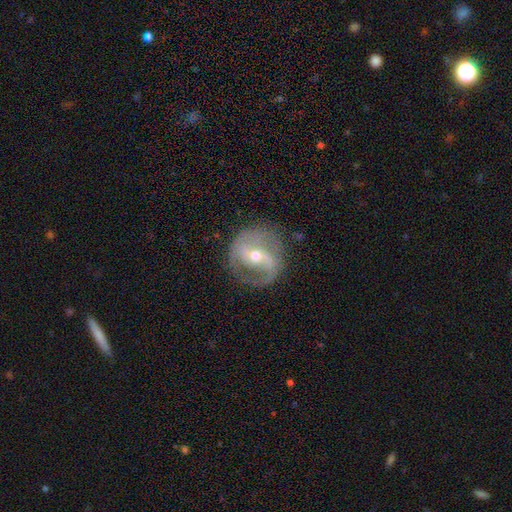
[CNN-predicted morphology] Smooth or featured?
  - featured or disk: 83% *
  - smooth: 11%
  - star or artifact: 6%
Edge-on disk?
  - no: 97% *
  - yes: 3%
Bar?
  - weak: 42% *
  - strong: 32%
  - no: 26%
Spiral arms?
  - yes: 90% *
  - no: 10%
Spiral winding?
  - medium: 48% *
  - loose: 27%
  - tight: 25%
Spiral arm count?
  - 2: 77% *
  - 1: 12%
  - can't tell: 7%
  - 3: 2%
  - 4: 1%
  - more than 4: 1%
Bulge size?
  - moderate: 55% *
  - small: 41%
  - large: 2%
  - none: 1%
  - dominant: 1%
Merging?
  - none: 72% *
  - minor disturbance: 17%
  - major disturbance: 10%
  - merger: 1%